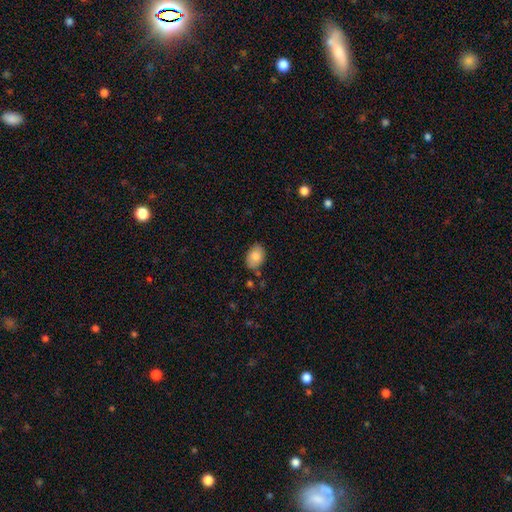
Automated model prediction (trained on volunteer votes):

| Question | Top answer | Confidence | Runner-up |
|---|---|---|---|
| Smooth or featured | smooth | 83% | featured or disk (10%) |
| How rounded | in between | 82% | round (17%) |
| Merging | none | 77% | minor disturbance (17%) |